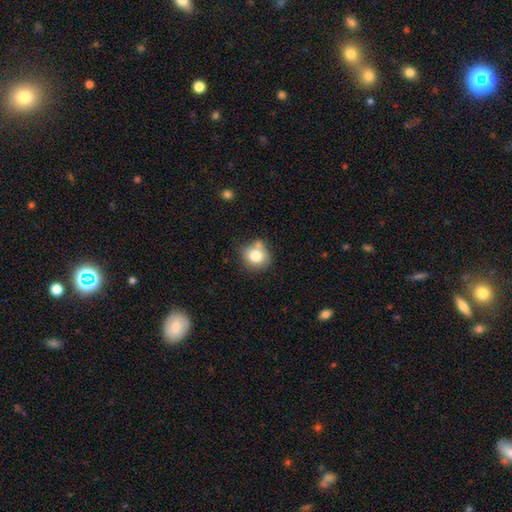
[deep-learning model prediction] Q: Smooth or featured?
A: smooth (79%); runner-up: featured or disk (11%)
Q: How rounded?
A: round (80%); runner-up: in between (20%)
Q: Merging?
A: none (63%); runner-up: minor disturbance (17%)